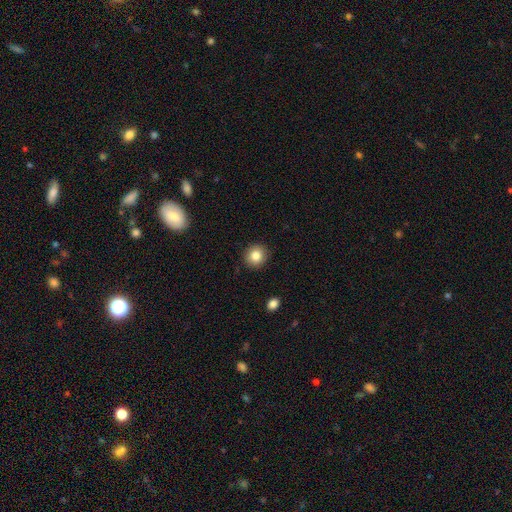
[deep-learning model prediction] Smooth or featured? Predicted: smooth (p=0.84). How rounded? Predicted: round (p=0.89). Merging? Predicted: none (p=0.91).